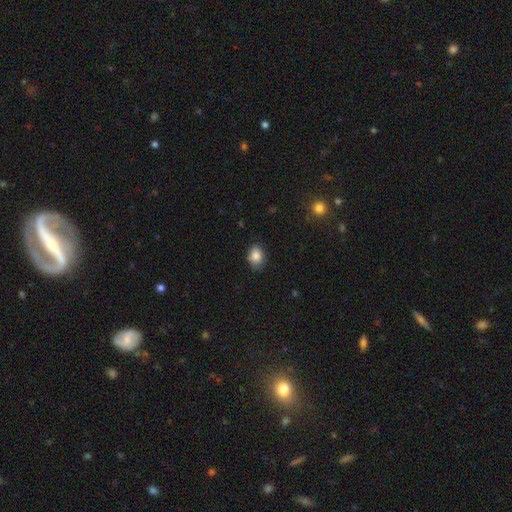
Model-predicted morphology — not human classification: smooth 84%, star or artifact 8%, featured or disk 7%. Down the decision tree: how rounded — in between (71%); merging — none (77%).